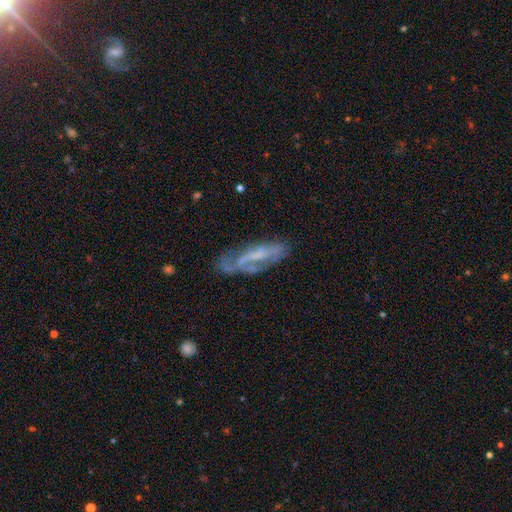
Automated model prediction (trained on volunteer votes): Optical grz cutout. It shows a featured or disk galaxy (63%). Merging: none (54%).